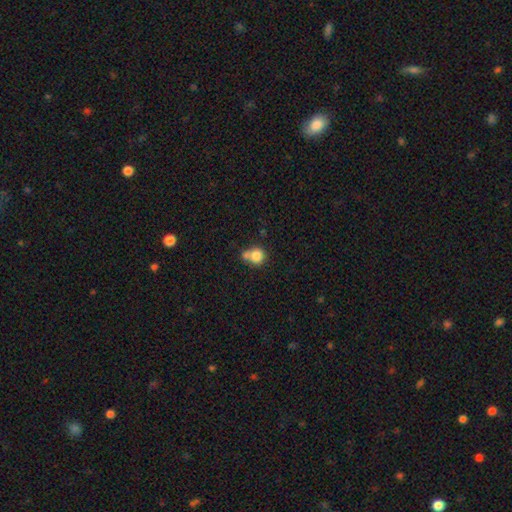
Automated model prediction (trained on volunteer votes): The model was most divided on "merging": none: 43%, merger: 41%, minor disturbance: 11%, major disturbance: 5%. More confident: how rounded — round (85%); smooth or featured — smooth (81%).